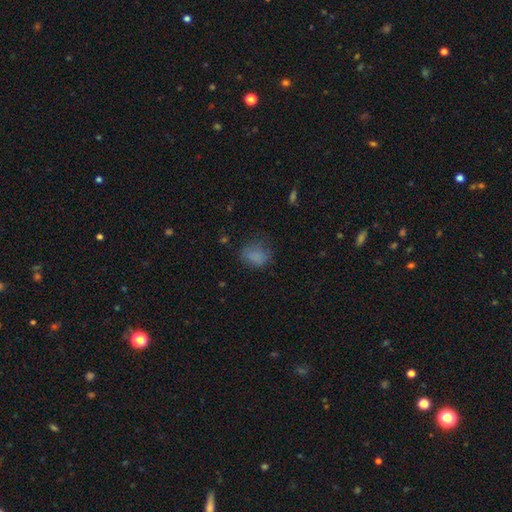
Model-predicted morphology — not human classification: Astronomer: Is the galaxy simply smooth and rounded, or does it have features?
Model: smooth — 77%.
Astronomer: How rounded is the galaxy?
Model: in between — 55% (runner-up: round, 44%).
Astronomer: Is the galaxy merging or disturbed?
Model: none — 64%.